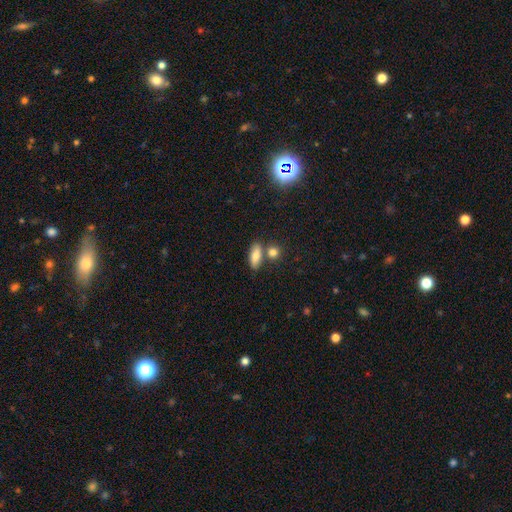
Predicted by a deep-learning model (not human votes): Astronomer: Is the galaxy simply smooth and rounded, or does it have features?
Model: smooth — 81%.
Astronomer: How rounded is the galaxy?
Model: in between — 74%.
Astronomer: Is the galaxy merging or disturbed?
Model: none — 68%.